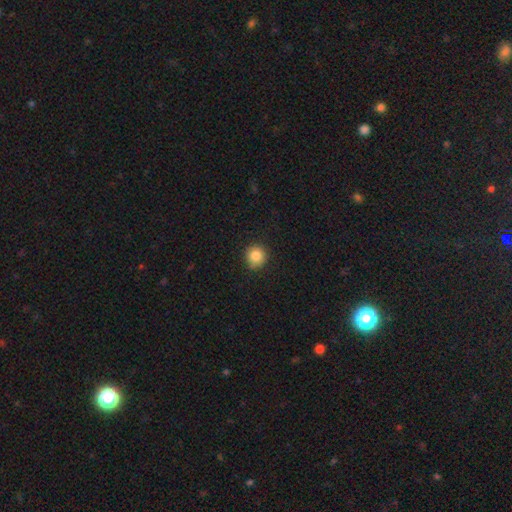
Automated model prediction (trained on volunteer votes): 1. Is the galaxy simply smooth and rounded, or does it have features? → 85% smooth, 10% star or artifact, 5% featured or disk.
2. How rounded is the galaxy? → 91% round, 8% in between, 1% cigar-shaped.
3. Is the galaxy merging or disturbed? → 87% none, 9% minor disturbance, 2% major disturbance, 1% merger.